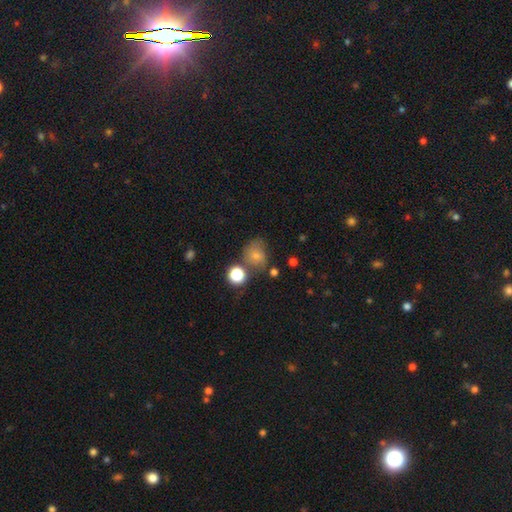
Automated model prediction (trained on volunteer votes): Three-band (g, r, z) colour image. It shows a smooth galaxy with no disk features (67%) that is round (66%). Merging: none (54%).